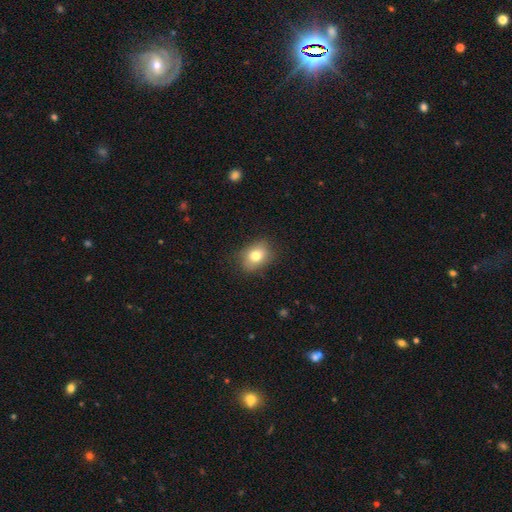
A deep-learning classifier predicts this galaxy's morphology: This is likely a smooth galaxy (78%). How rounded: likely in between (66%). Merging: clearly none (82%).